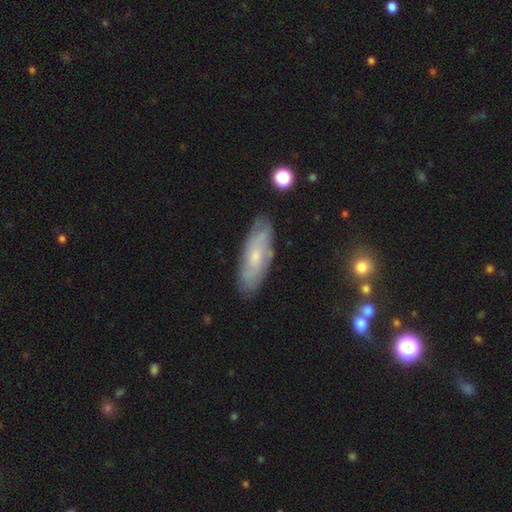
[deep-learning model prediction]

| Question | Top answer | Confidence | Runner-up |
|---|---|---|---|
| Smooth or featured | featured or disk | 58% | smooth (35%) |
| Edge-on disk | no | 82% | yes (18%) |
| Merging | none | 81% | minor disturbance (14%) |